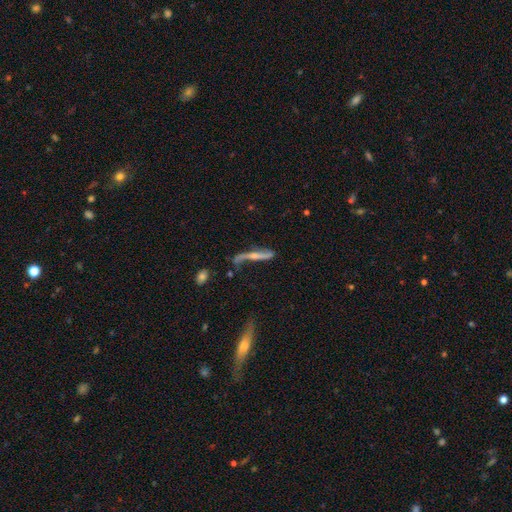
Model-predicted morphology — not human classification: A featured or disk galaxy (75%) viewed edge-on (50%, tied with no).

Vote fractions:
- Smooth or featured? featured or disk: 75% / smooth: 18% / star or artifact: 7%
- Edge-on disk? yes: 50% (tied) / no: 50% (tied)
- Merging? none: 46% / minor disturbance: 26% / major disturbance: 21% / merger: 8%